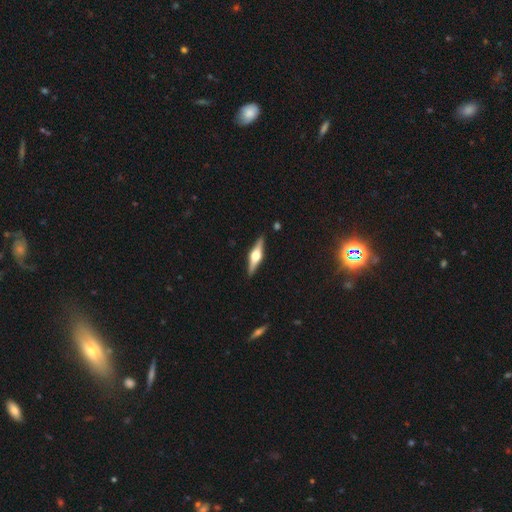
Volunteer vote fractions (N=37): This appears to be a featured or disk galaxy (65%) viewed edge-on (100%) with a rounded central bulge (100%). Merging: none (94%).